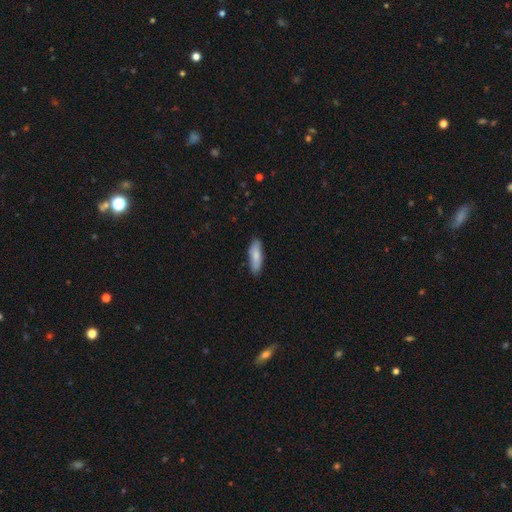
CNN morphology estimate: This appears to be a smooth galaxy with no disk features (82%) that is in between round and cigar-shaped (55%). Merging: none (83%).